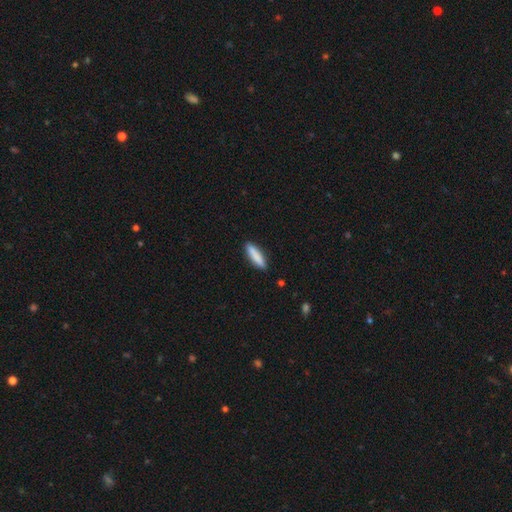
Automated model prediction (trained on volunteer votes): Smooth or featured?
  - smooth: 86% *
  - featured or disk: 9%
  - star or artifact: 6%
How rounded?
  - cigar-shaped: 76% *
  - in between: 22%
  - round: 1%
Merging?
  - none: 90% *
  - minor disturbance: 8%
  - major disturbance: 2%
  - merger: 1%